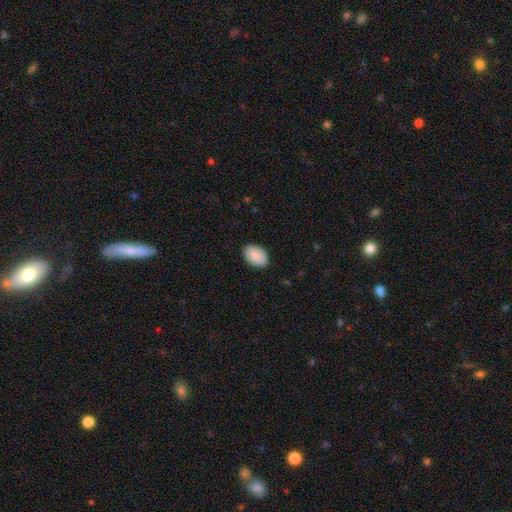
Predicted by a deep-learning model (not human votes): Morphology: type=smooth (89%); roundness=in between (89%); merging=none (88%).